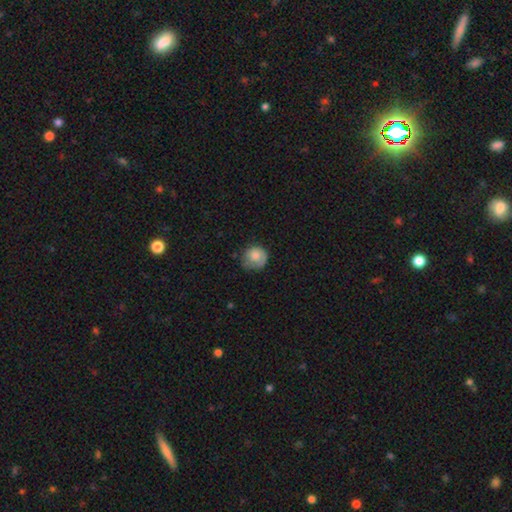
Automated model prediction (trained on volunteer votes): smooth 72%, featured or disk 21%, star or artifact 7%. Down the decision tree: how rounded — round (86%); merging — none (57%).